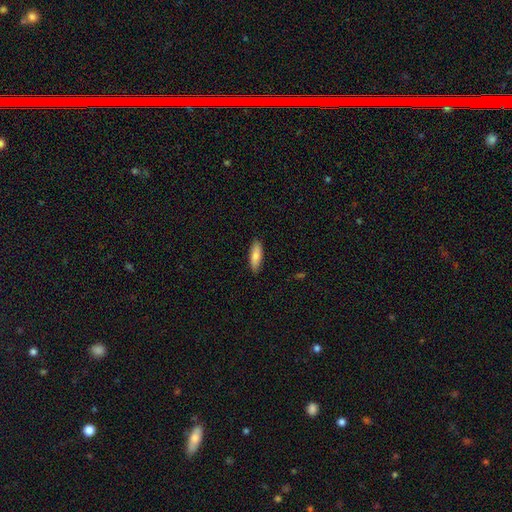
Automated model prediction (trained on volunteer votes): smooth_or_featured: smooth (p=0.82) [alt: featured or disk p=0.13]
how_rounded: in between (p=0.54) [alt: cigar-shaped p=0.45]
merging: none (p=0.87) [alt: minor disturbance p=0.10]